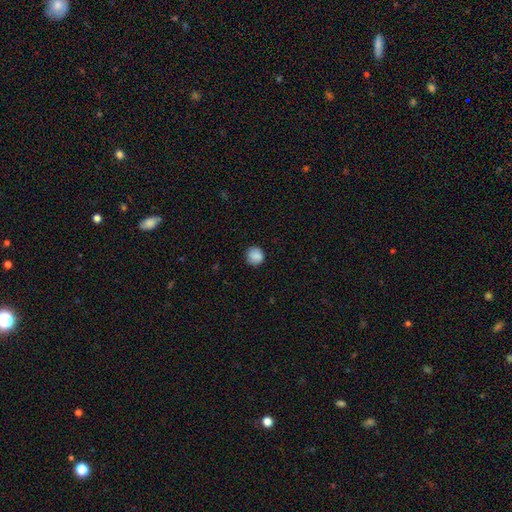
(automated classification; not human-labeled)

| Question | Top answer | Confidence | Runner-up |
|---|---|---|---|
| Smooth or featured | smooth | 87% | star or artifact (8%) |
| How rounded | round | 91% | in between (8%) |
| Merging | none | 83% | minor disturbance (13%) |